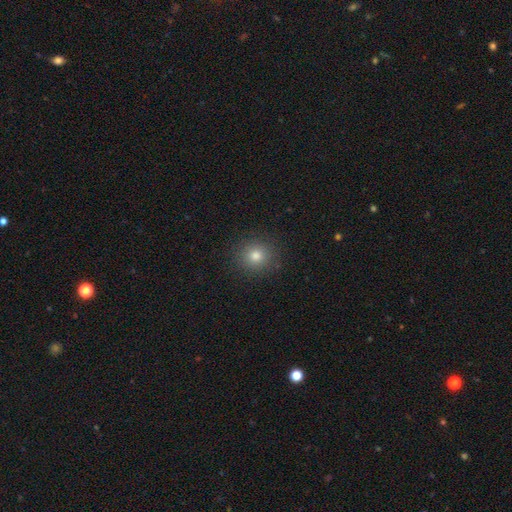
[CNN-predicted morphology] A smooth galaxy with no disk features (79%) that is round (89%). Merging: none (91%).